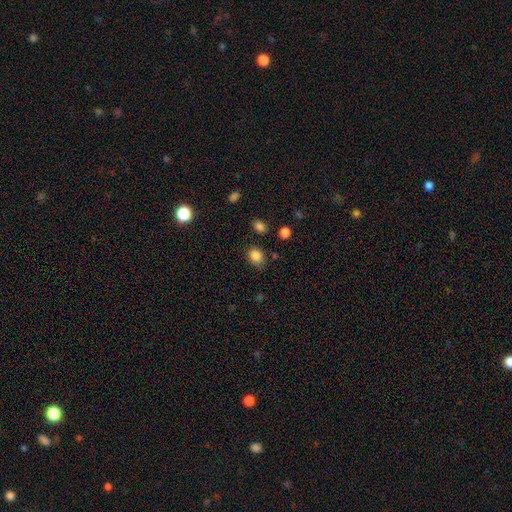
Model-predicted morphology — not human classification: smooth 85%, star or artifact 11%, featured or disk 4%. Down the decision tree: how rounded — round (52%); merging — none (79%).